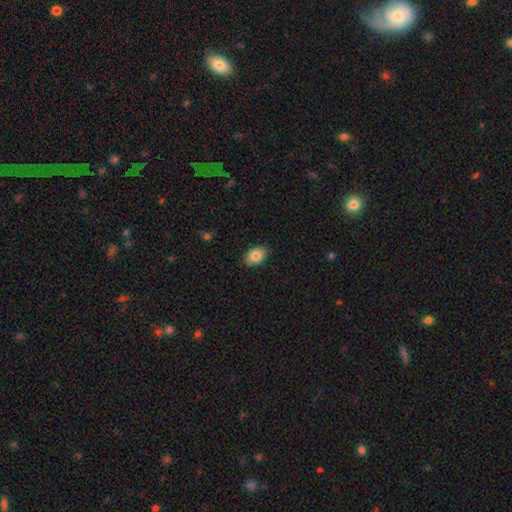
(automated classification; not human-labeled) Smooth or featured? smooth (84%)
How rounded? in between (90%)
Merging? none (88%)